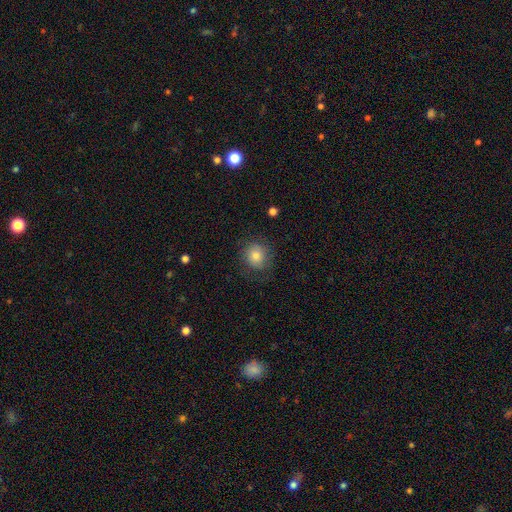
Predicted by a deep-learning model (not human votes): A smooth galaxy with no disk features (76%) that is round (83%).

Vote fractions:
- Smooth or featured? smooth: 76% / featured or disk: 14% / star or artifact: 10%
- How rounded? round: 83% / in between: 16% / cigar-shaped: 1%
- Merging? none: 76% / minor disturbance: 16% / major disturbance: 7% / merger: 1%